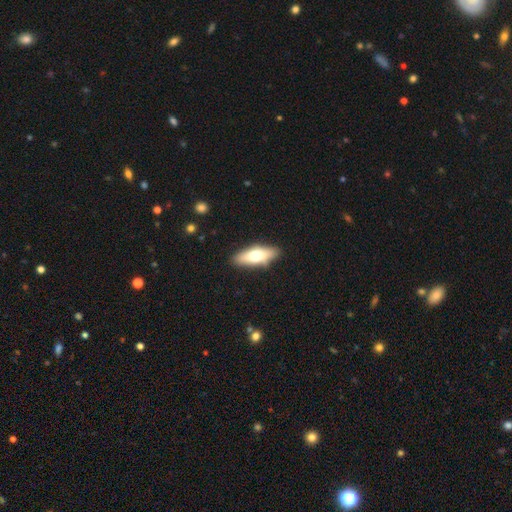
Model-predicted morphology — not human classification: The model was most divided on "smooth or featured": smooth: 61%, featured or disk: 33%, star or artifact: 6%. More confident: merging — none (86%); how rounded — in between (65%).